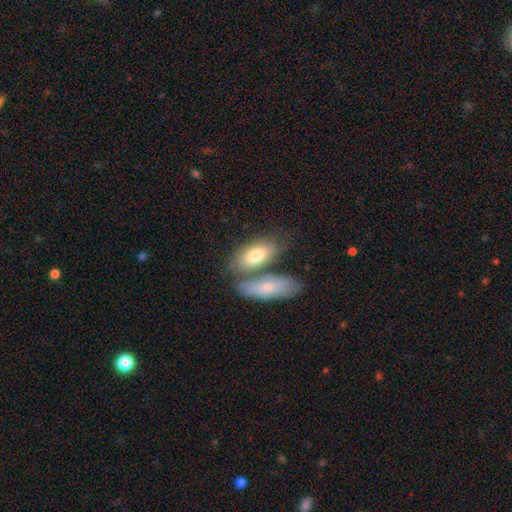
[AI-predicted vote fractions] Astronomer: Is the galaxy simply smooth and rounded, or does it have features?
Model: smooth — 74%.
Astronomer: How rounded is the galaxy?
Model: in between — 83%.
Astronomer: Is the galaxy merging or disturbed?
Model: none — 46% (runner-up: merger, 36%).